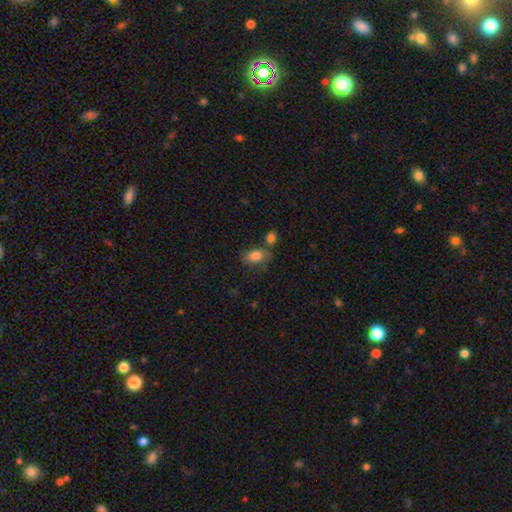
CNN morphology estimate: Smooth or featured? smooth (82%)
How rounded? in between (86%)
Merging? none (52%)